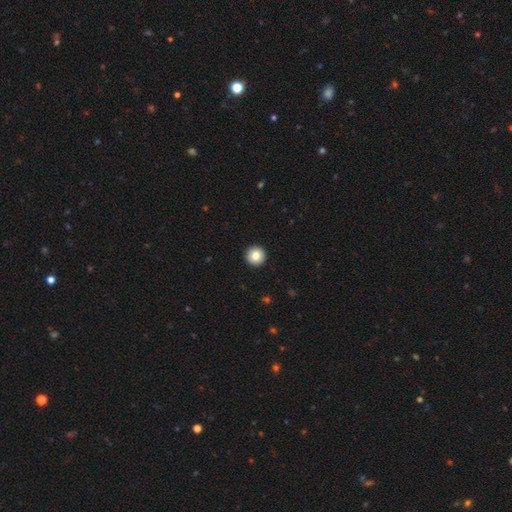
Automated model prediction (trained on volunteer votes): Smooth or featured?
  - smooth: 85% *
  - star or artifact: 8%
  - featured or disk: 7%
How rounded?
  - round: 96% *
  - in between: 3%
  - cigar-shaped: 1%
Merging?
  - none: 94% *
  - minor disturbance: 4%
  - major disturbance: 1%
  - merger: 1%